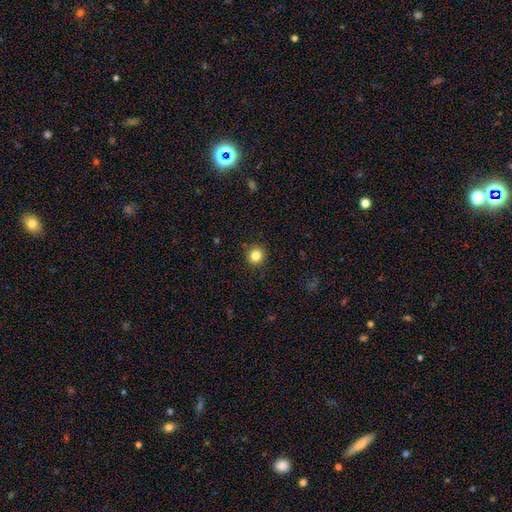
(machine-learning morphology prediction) A smooth galaxy with no disk features (83%) that is round (93%). Merging: none (91%).